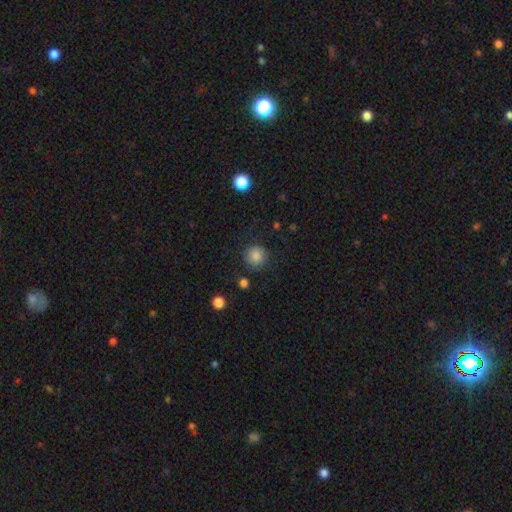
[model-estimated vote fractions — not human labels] Q: Smooth or featured?
A: smooth (85%); runner-up: star or artifact (10%)
Q: How rounded?
A: round (93%); runner-up: in between (6%)
Q: Merging?
A: none (84%); runner-up: minor disturbance (11%)